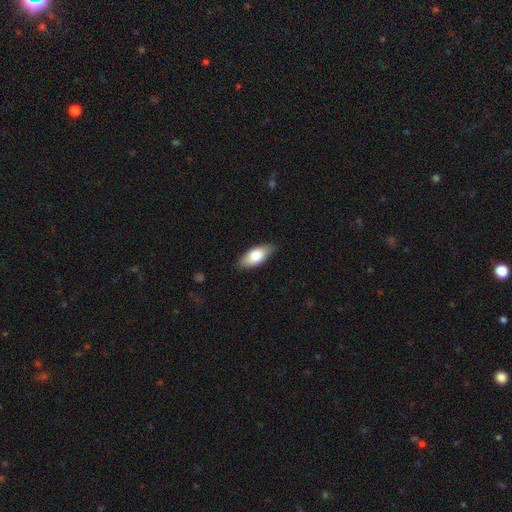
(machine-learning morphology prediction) Smooth or featured? Predicted: smooth (p=0.79). How rounded? Predicted: in between (p=0.87). Merging? Predicted: none (p=0.83).